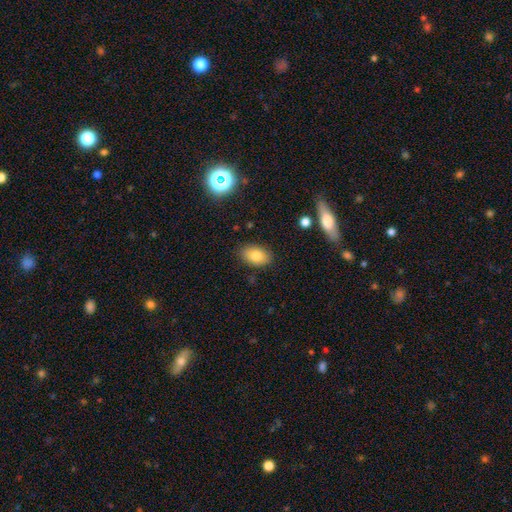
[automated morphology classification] This is clearly a smooth galaxy (82%). How rounded: clearly in between (90%). Merging: clearly none (85%).